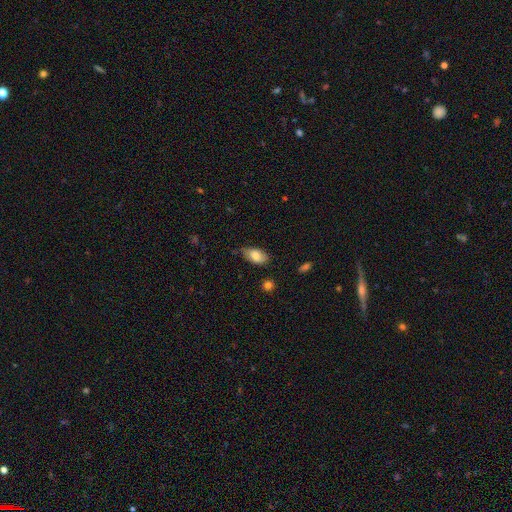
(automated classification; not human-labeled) This appears to be a smooth galaxy with no disk features (76%) that is in between round and cigar-shaped (93%). Merging: none (68%).